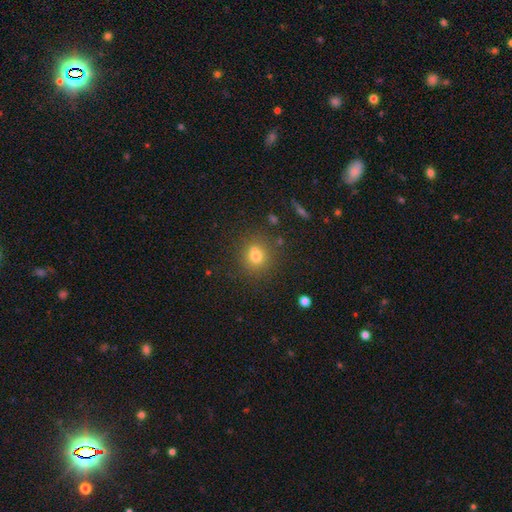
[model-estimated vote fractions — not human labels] A smooth galaxy with no disk features (72%) that is round (85%). Merging: none (68%).